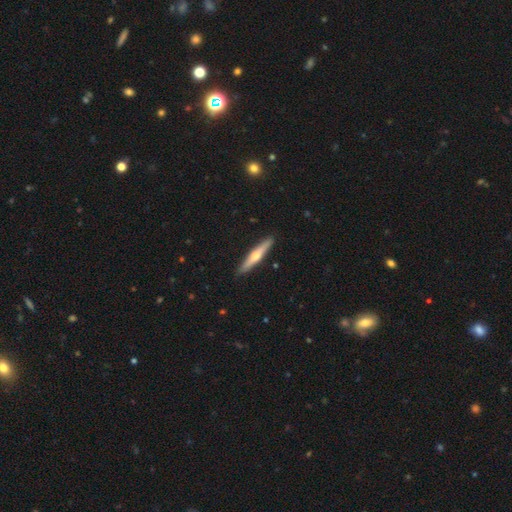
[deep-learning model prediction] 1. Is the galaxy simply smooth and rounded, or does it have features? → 58% featured or disk, 38% smooth, 5% star or artifact.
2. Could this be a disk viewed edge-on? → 96% yes, 4% no.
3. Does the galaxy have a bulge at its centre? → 90% rounded, 7% none, 3% boxy.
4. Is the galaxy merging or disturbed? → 91% none, 7% minor disturbance, 1% major disturbance, 1% merger.